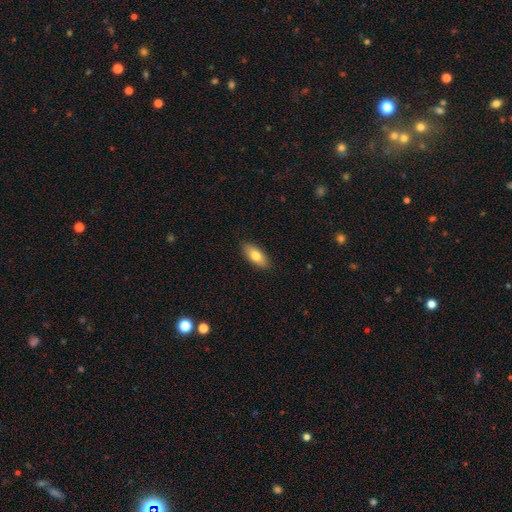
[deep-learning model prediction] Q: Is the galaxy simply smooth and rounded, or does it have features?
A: smooth — 77%.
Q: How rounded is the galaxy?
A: in between — 83%.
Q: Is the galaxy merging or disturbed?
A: none — 89%.